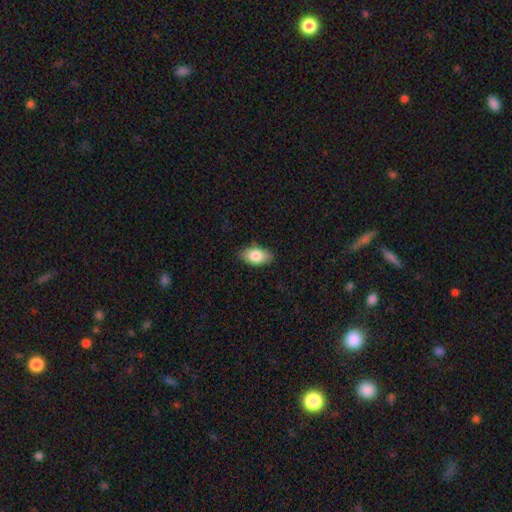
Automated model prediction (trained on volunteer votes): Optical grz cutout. It shows a smooth galaxy with no disk features (81%) that is in between round and cigar-shaped (92%). Merging: none (85%).